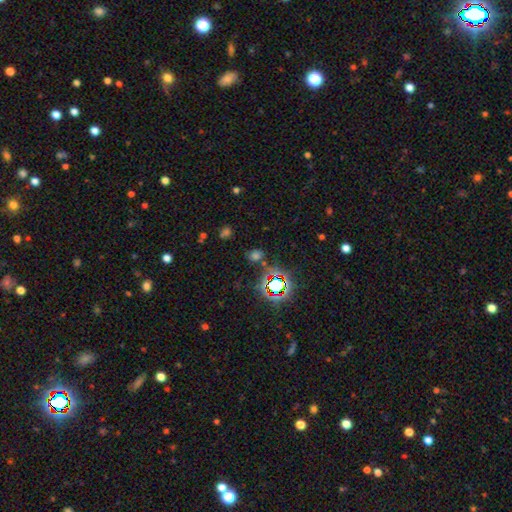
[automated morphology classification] smooth-or-featured: smooth: 49% | star or artifact: 44% | featured or disk: 7%
  merging: none: 75% | minor disturbance: 13% | merger: 7% | major disturbance: 5%